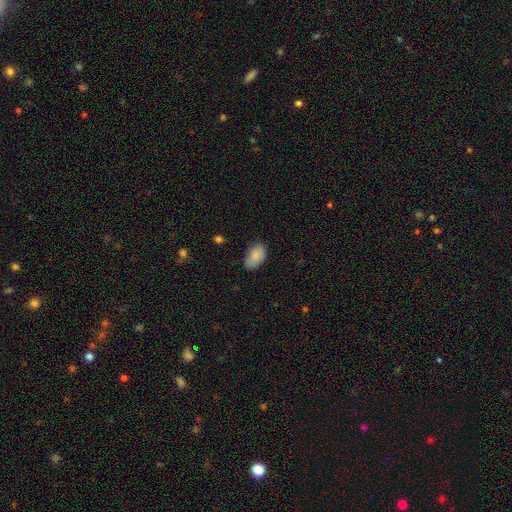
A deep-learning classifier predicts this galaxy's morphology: smooth_or_featured: smooth (p=0.86) [alt: star or artifact p=0.07]
how_rounded: in between (p=0.91) [alt: round p=0.08]
merging: none (p=0.73) [alt: minor disturbance p=0.22]